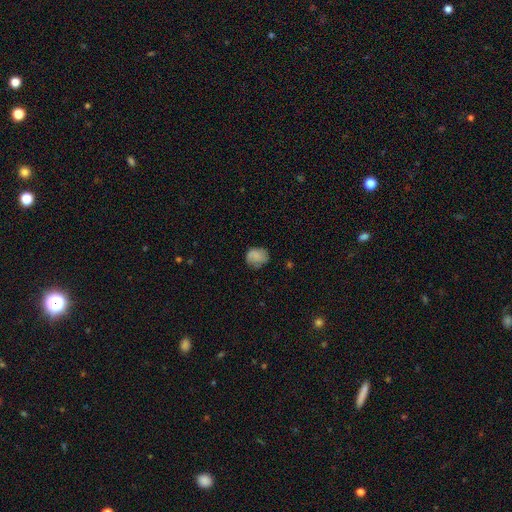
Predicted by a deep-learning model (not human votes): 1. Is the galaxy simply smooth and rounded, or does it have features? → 76% smooth, 15% featured or disk, 9% star or artifact.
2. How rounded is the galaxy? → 67% round, 32% in between, 1% cigar-shaped.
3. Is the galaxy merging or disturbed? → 66% none, 25% minor disturbance, 8% major disturbance, 1% merger.